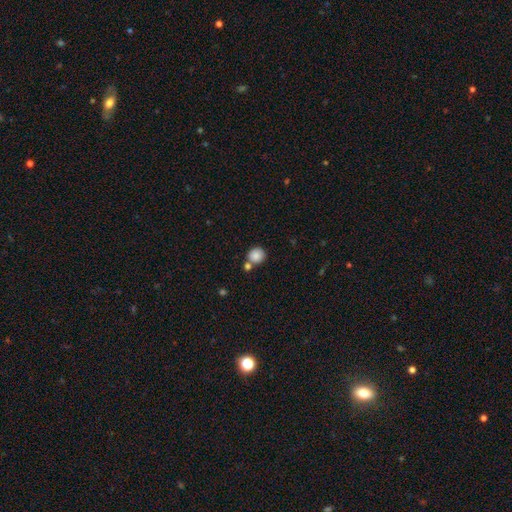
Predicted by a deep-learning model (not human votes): Q: Smooth or featured?
A: smooth (85%); runner-up: star or artifact (9%)
Q: How rounded?
A: round (85%); runner-up: in between (14%)
Q: Merging?
A: none (66%); runner-up: merger (21%)